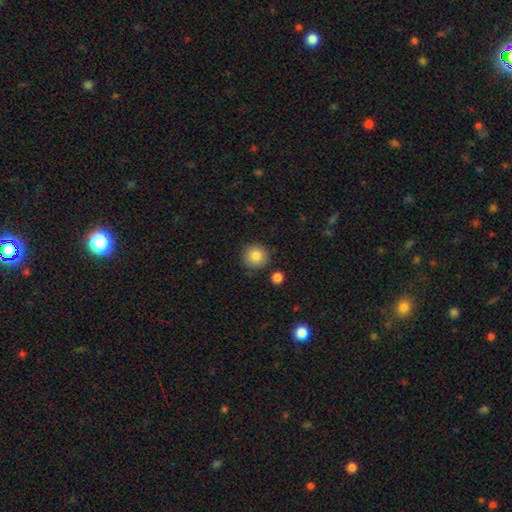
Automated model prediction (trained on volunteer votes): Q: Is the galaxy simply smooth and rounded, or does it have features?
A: smooth — 86%.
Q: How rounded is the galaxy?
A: round — 93%.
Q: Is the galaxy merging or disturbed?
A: none — 86%.